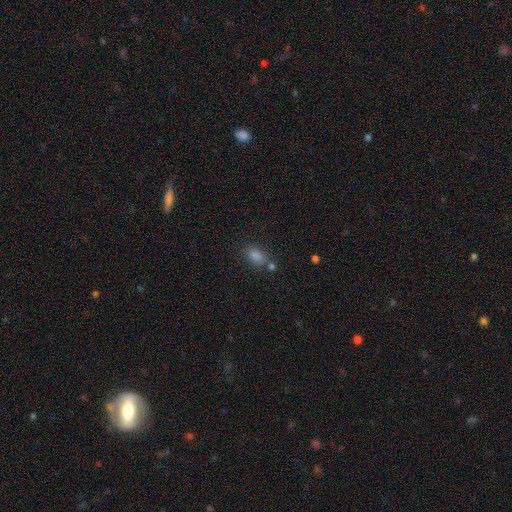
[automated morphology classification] This is likely a smooth galaxy (78%). How rounded: likely in between (75%). Merging: likely none (73%).